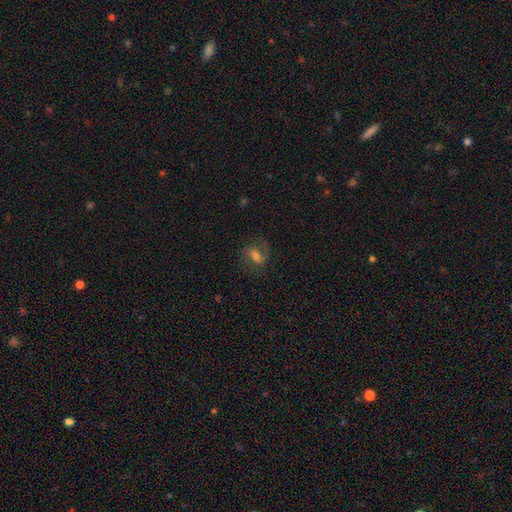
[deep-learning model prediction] A featured or disk galaxy (53%) with a weak bar (47%), spiral arms (88%) and a moderate central bulge (48%).

Vote fractions:
- Smooth or featured? featured or disk: 53% / smooth: 34% / star or artifact: 13%
- Edge-on disk? no: 96% / yes: 4%
- Bar? weak: 47% / no: 29% / strong: 23%
- Spiral arms? yes: 88% / no: 12%
- Bulge size? moderate: 48% / small: 23% / large: 19% / none: 7% / dominant: 3%
- Merging? none: 69% / minor disturbance: 17% / major disturbance: 13% / merger: 2%